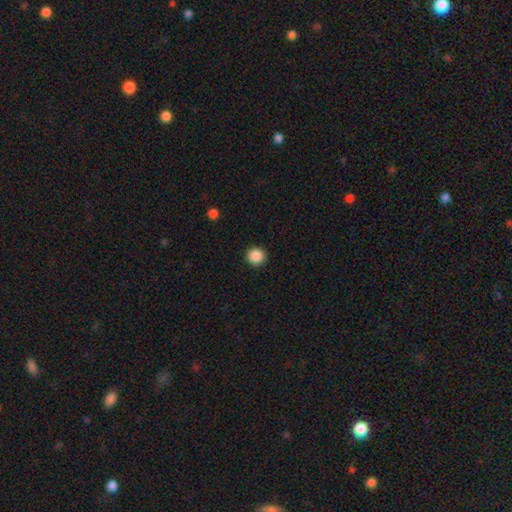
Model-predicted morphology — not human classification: Q: Smooth or featured?
A: smooth (88%); runner-up: star or artifact (9%)
Q: How rounded?
A: round (94%); runner-up: in between (5%)
Q: Merging?
A: none (92%); runner-up: minor disturbance (5%)